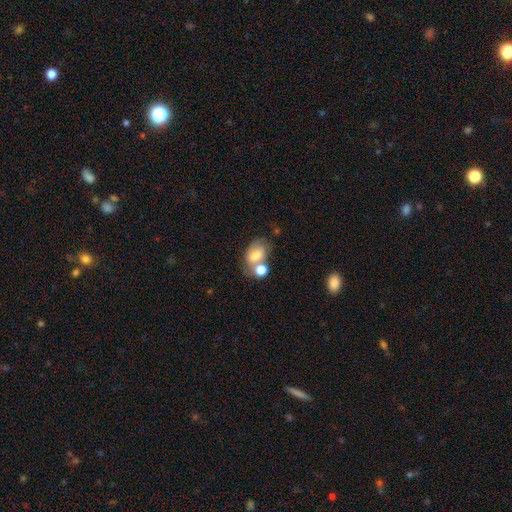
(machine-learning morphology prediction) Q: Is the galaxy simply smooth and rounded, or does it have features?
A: smooth — 72%.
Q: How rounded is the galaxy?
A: in between — 80%.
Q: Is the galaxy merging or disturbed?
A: merger — 41%.